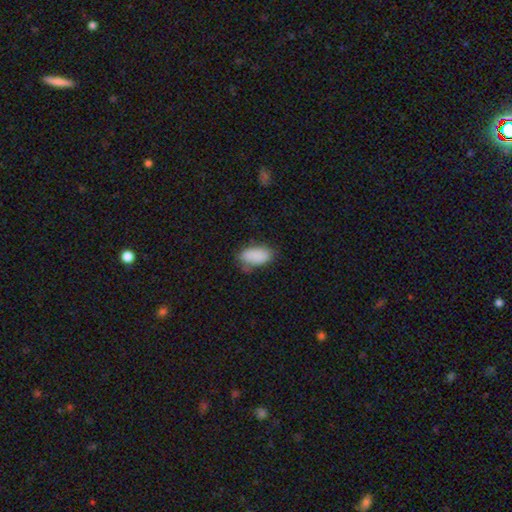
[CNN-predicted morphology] A smooth galaxy with no disk features (87%) that is in between round and cigar-shaped (94%). Merging: none (63%).